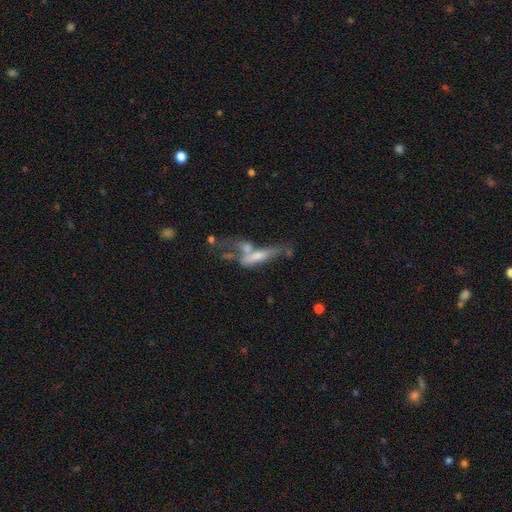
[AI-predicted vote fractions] A smooth galaxy with no disk features (47%).

Vote fractions:
- Smooth or featured? smooth: 47% / featured or disk: 44% / star or artifact: 10%
- Merging? merger: 45% / none: 21% / major disturbance: 21% / minor disturbance: 13%